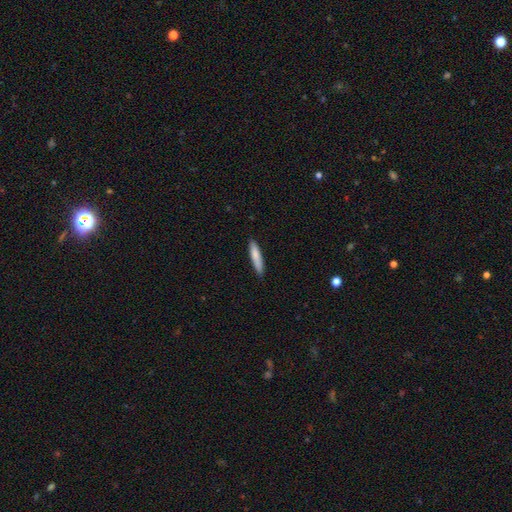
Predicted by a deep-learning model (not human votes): A smooth galaxy with no disk features (81%) that is cigar-shaped (86%). Merging: none (87%).